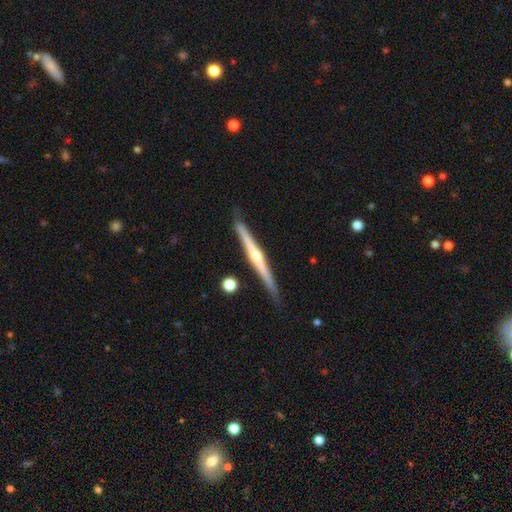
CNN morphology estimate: Q: Smooth or featured?
A: featured or disk (77%); runner-up: smooth (18%)
Q: Edge-on disk?
A: yes (98%); runner-up: no (2%)
Q: Edge-on bulge?
A: rounded (84%); runner-up: none (12%)
Q: Merging?
A: none (86%); runner-up: minor disturbance (10%)